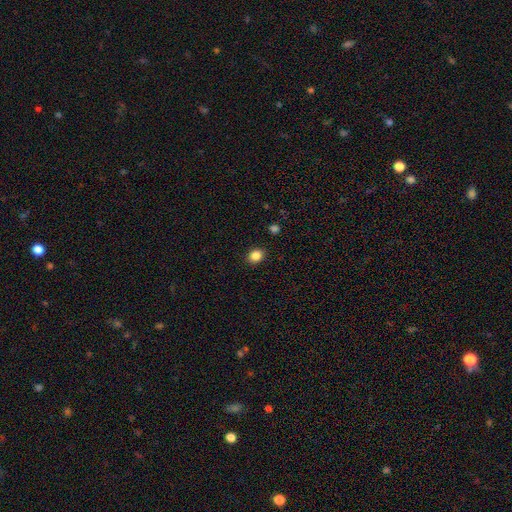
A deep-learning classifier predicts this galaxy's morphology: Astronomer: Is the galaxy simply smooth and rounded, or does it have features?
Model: smooth — 85%.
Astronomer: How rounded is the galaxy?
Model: round — 56% (runner-up: in between, 43%).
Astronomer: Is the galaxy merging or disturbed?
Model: none — 89%.